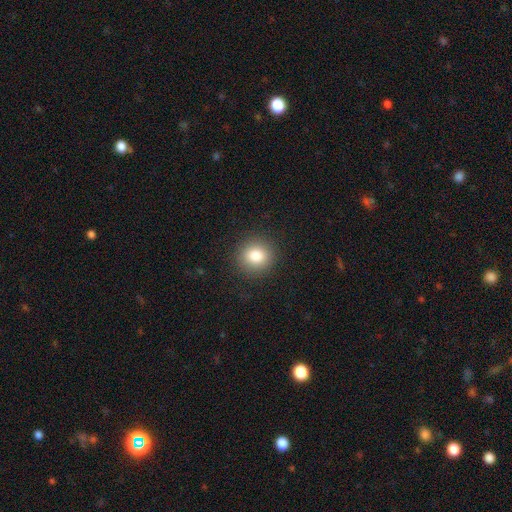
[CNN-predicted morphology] type=smooth (83%); roundness=round (89%); merging=none (90%).